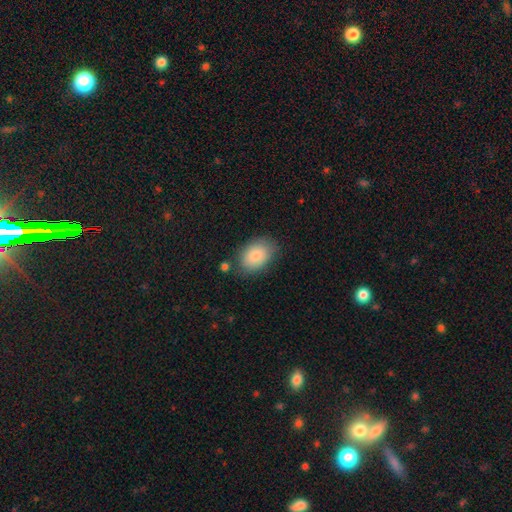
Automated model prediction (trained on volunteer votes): Smooth or featured? Predicted: smooth (p=0.85). How rounded? Predicted: in between (p=0.84). Merging? Predicted: none (p=0.77).